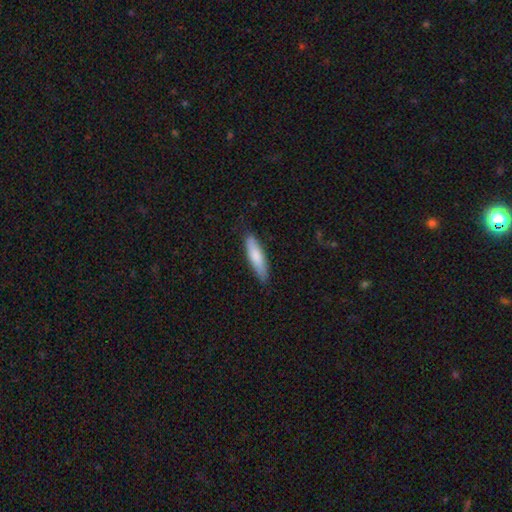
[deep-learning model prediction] Morphology: type=smooth (78%); roundness=cigar-shaped (69%); merging=none (82%).